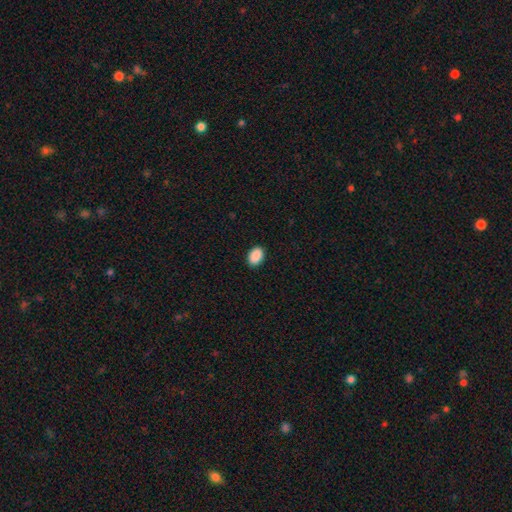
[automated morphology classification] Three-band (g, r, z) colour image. It shows a smooth galaxy with no disk features (90%) that is in between round and cigar-shaped (83%). Merging: none (90%).